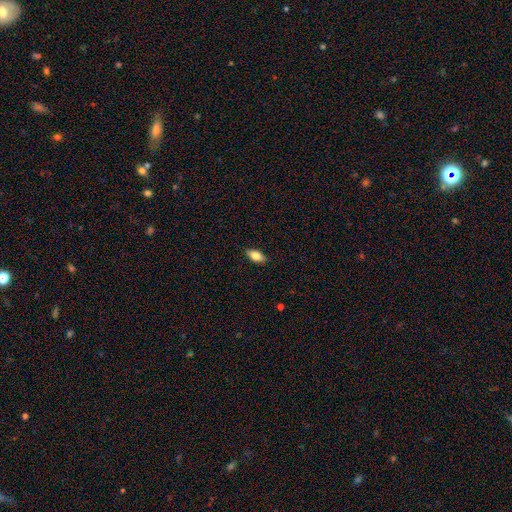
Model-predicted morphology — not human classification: smooth_or_featured: smooth (p=0.80) [alt: featured or disk p=0.12]
how_rounded: in between (p=0.88) [alt: cigar-shaped p=0.08]
merging: none (p=0.87) [alt: minor disturbance p=0.10]